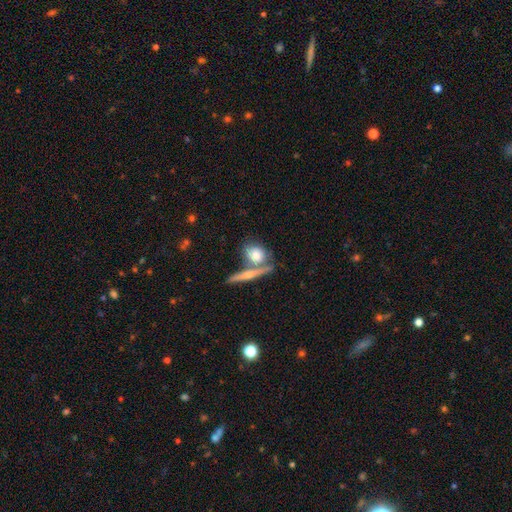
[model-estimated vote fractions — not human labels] Q: Smooth or featured?
A: smooth (68%); runner-up: featured or disk (25%)
Q: How rounded?
A: round (45%); runner-up: in between (42%)
Q: Merging?
A: none (48%); runner-up: merger (35%)